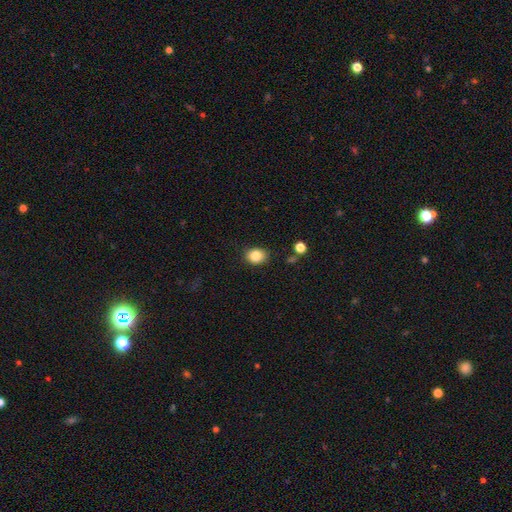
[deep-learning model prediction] smooth_or_featured: smooth (p=0.84) [alt: star or artifact p=0.10]
how_rounded: round (p=0.54) [alt: in between p=0.45]
merging: none (p=0.84) [alt: minor disturbance p=0.12]